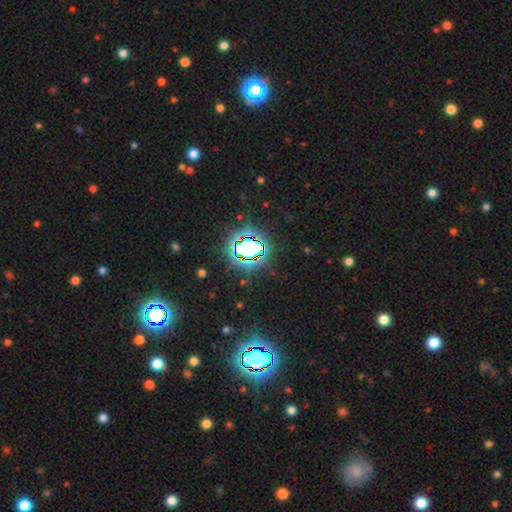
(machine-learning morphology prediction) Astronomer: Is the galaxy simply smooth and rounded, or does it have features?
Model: star or artifact — 80%.